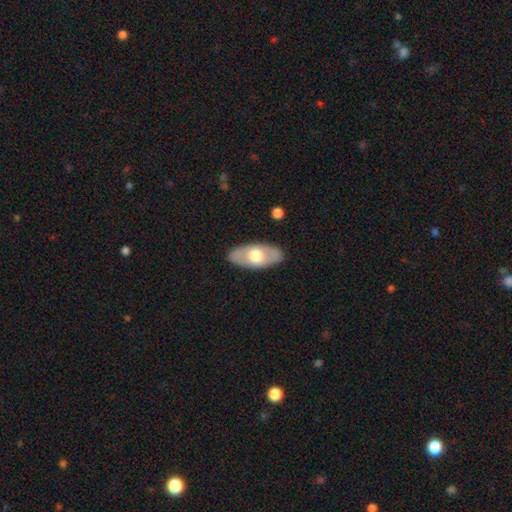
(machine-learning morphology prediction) This is possibly a smooth galaxy (52%). How rounded: clearly in between (91%). Merging: clearly none (86%).